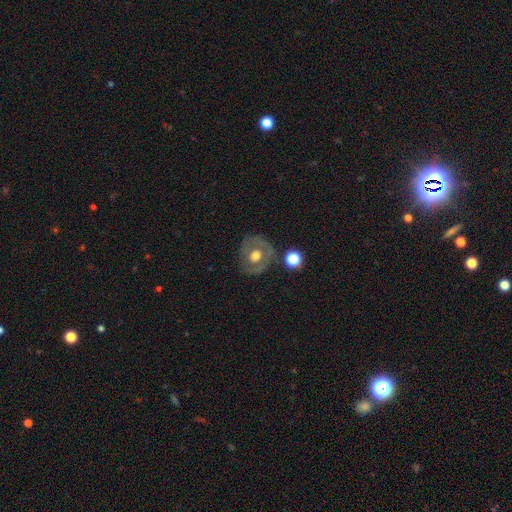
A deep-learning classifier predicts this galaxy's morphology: Smooth or featured? Predicted: featured or disk (p=0.52). Edge-on disk? Predicted: no (p=0.95). Merging? Predicted: none (p=0.72).